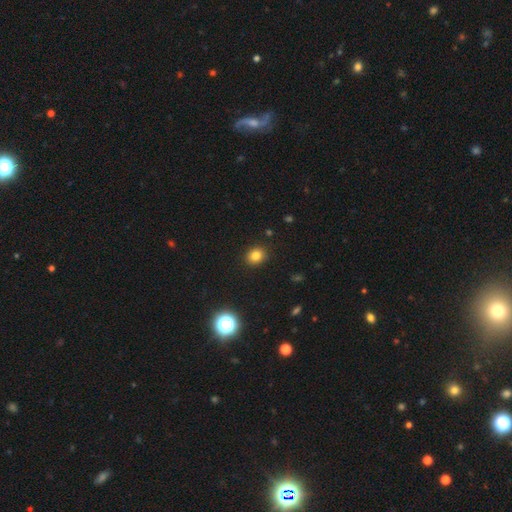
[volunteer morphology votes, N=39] Smooth or featured?
  - smooth: 87% *
  - star or artifact: 8%
  - featured or disk: 5%
How rounded?
  - round: 76% *
  - in between: 24%
  - cigar-shaped: 0%
Merging?
  - none: 89% *
  - minor disturbance: 8%
  - merger: 3%
  - major disturbance: 0%